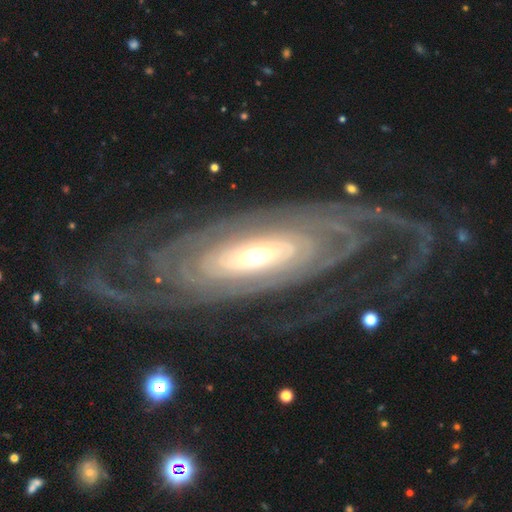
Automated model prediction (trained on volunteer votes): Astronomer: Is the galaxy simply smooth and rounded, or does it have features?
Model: featured or disk — 90%.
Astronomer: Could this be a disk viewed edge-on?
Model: no — 92%.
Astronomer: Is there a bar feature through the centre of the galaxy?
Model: no — 55%.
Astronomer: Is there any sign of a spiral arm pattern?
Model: yes — 95%.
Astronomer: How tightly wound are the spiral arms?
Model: tight — 65%.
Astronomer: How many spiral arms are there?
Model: can't tell — 27% (runner-up: 2, 23%).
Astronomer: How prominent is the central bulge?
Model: moderate — 52%.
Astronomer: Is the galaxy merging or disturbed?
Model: none — 69%.